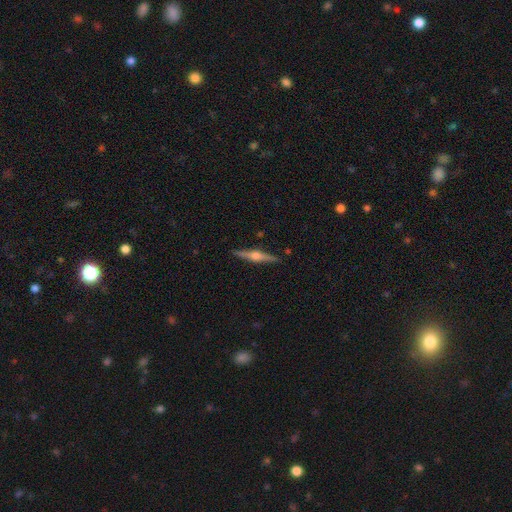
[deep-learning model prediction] Smooth or featured? Predicted: featured or disk (p=0.77). Edge-on disk? Predicted: yes (p=0.98). Edge-on bulge? Predicted: rounded (p=0.89). Merging? Predicted: none (p=0.90).